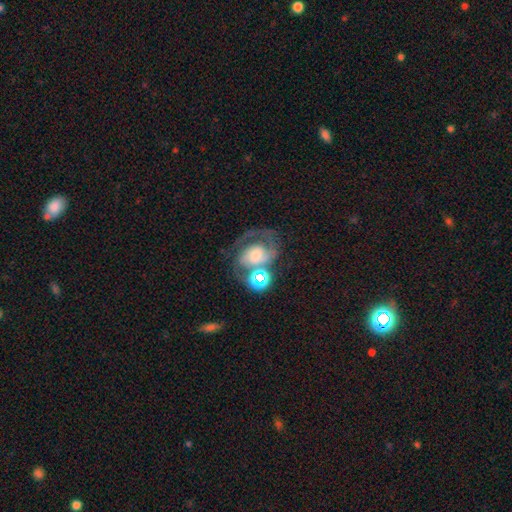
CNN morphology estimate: smooth_or_featured: featured or disk (p=0.71) [alt: smooth p=0.17]
disk_edge_on: no (p=0.97) [alt: yes p=0.03]
bar: no (p=0.59) [alt: weak p=0.30]
has_spiral_arms: yes (p=0.88) [alt: no p=0.12]
spiral_winding: medium (p=0.45) [alt: tight p=0.39]
spiral_arm_count: 2 (p=0.59) [alt: 1 p=0.19]
bulge_size: moderate (p=0.40) [alt: small p=0.37]
merging: none (p=0.39) [alt: merger p=0.23]